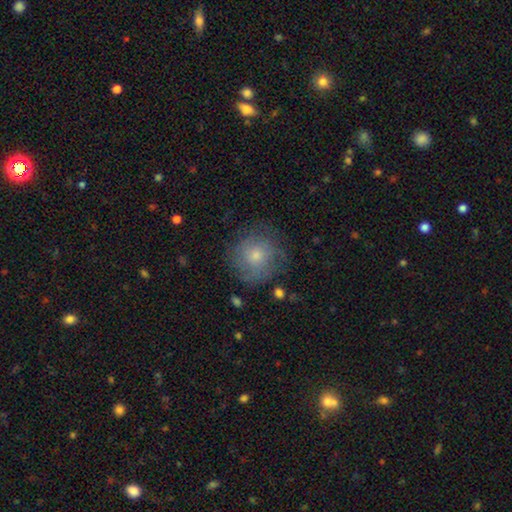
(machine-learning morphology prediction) This is likely a smooth galaxy (66%). How rounded: clearly round (92%). Merging: likely none (72%).